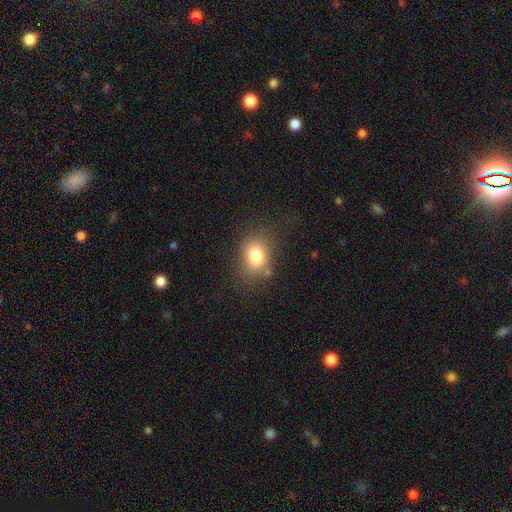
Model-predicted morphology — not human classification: smooth-or-featured: smooth: 80% | star or artifact: 11% | featured or disk: 10%
  how-rounded: in between: 62% | round: 37% | cigar-shaped: 1%
  merging: none: 73% | minor disturbance: 17% | major disturbance: 7% | merger: 3%